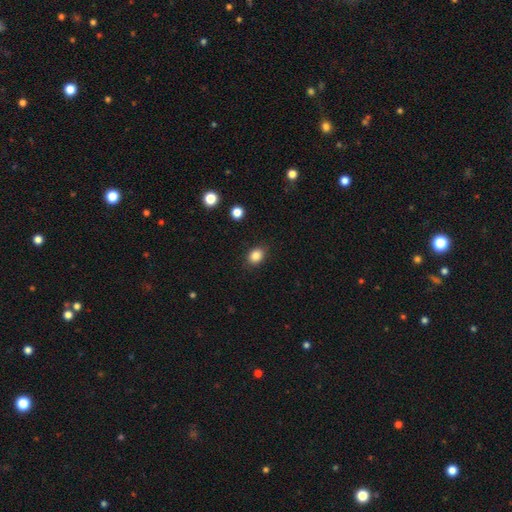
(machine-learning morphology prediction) smooth-or-featured: smooth: 85% | star or artifact: 10% | featured or disk: 5%
  how-rounded: in between: 57% | round: 42% | cigar-shaped: 1%
  merging: none: 86% | minor disturbance: 10% | major disturbance: 3% | merger: 1%